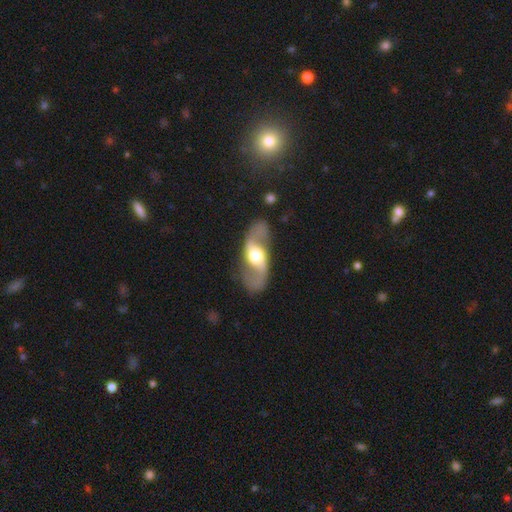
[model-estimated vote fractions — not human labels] smooth-or-featured: featured or disk: 85% | smooth: 11% | star or artifact: 4%
  disk-edge-on: no: 92% | yes: 8%
    bar: no: 45% | weak: 34% | strong: 21%
    has-spiral-arms: yes: 92% | no: 8%
      spiral-winding: loose: 70% | medium: 24% | tight: 6%
      spiral-arm-count: 2: 94% | can't tell: 2% | 1: 1% | 3: 1% | 4: 1% | more than 4: 1%
    bulge-size: moderate: 59% | large: 31% | small: 6% | dominant: 3% | none: 1%
  merging: none: 79% | minor disturbance: 12% | major disturbance: 6% | merger: 2%